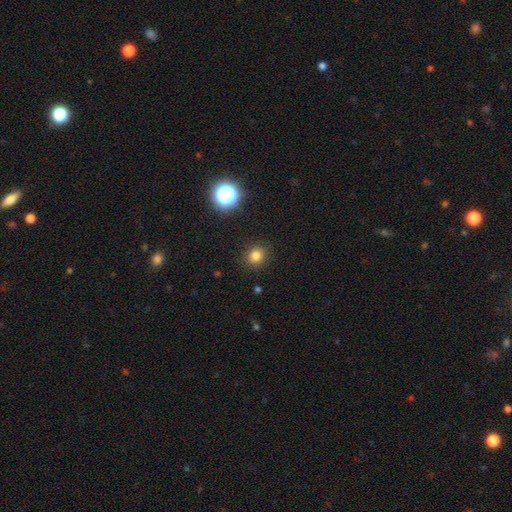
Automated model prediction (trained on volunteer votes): Morphology: type=smooth (80%); roundness=round (88%); merging=none (90%).